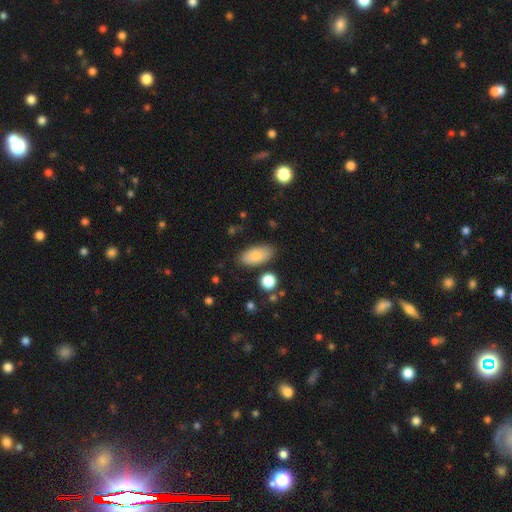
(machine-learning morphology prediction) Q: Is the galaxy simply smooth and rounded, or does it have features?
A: smooth — 80%.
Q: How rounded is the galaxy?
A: in between — 91%.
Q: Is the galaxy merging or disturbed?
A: none — 81%.